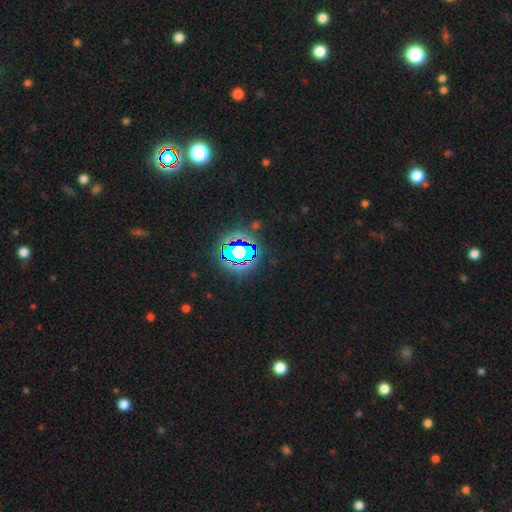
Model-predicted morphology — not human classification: smooth_or_featured: star or artifact (p=0.82) [alt: smooth p=0.11]